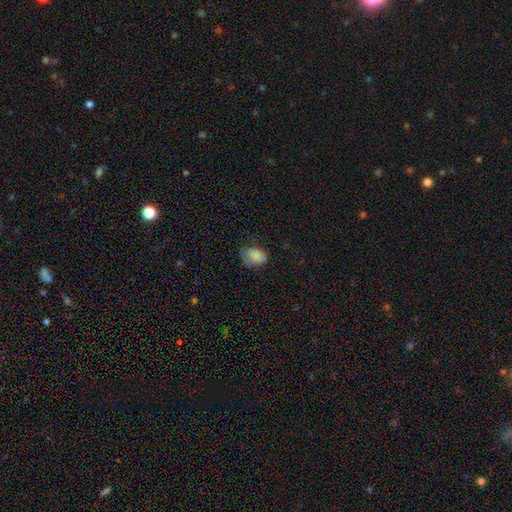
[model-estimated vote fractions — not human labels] smooth-or-featured: smooth: 80% | featured or disk: 11% | star or artifact: 9%
  how-rounded: in between: 76% | round: 22% | cigar-shaped: 1%
  merging: none: 47% | minor disturbance: 36% | major disturbance: 16% | merger: 2%